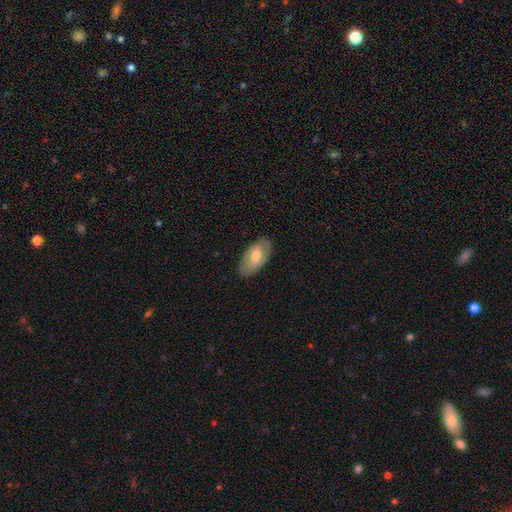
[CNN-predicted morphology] Smooth or featured? Predicted: smooth (p=0.62). How rounded? Predicted: in between (p=0.93). Merging? Predicted: none (p=0.83).